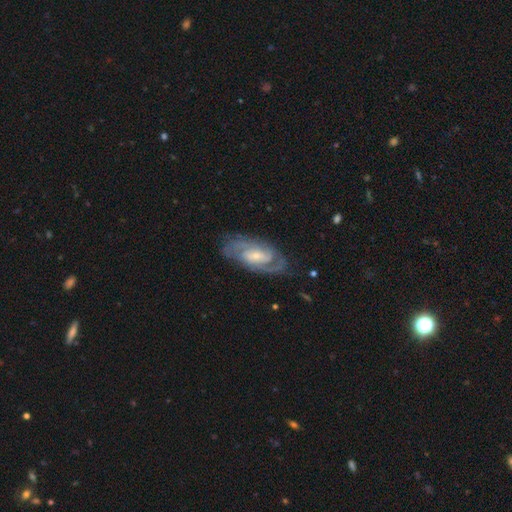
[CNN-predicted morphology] featured or disk 87%, smooth 8%, star or artifact 5%. Down the decision tree: edge-on disk — no (95%); bar — weak (46%); spiral arms — yes (97%); spiral arm count — 2 (69%); spiral winding — tight (51%); bulge size — small (61%); merging — none (78%).